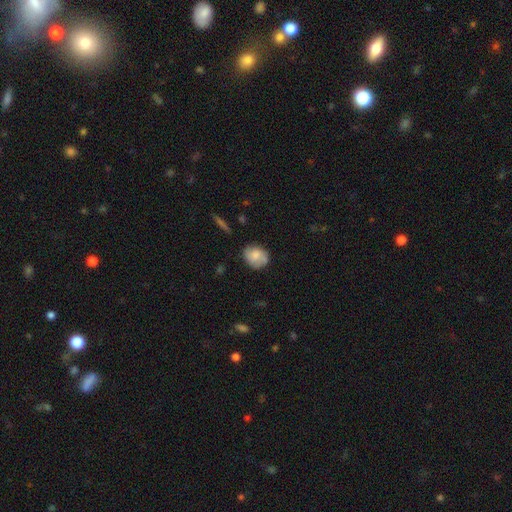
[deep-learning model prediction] This is likely a smooth galaxy (70%). How rounded: possibly round (59%). Merging: likely none (70%).